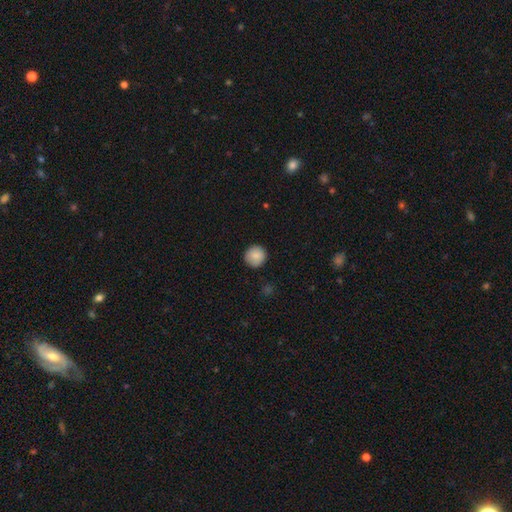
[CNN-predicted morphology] smooth 88%, star or artifact 8%, featured or disk 4%. Down the decision tree: how rounded — round (94%); merging — none (89%).